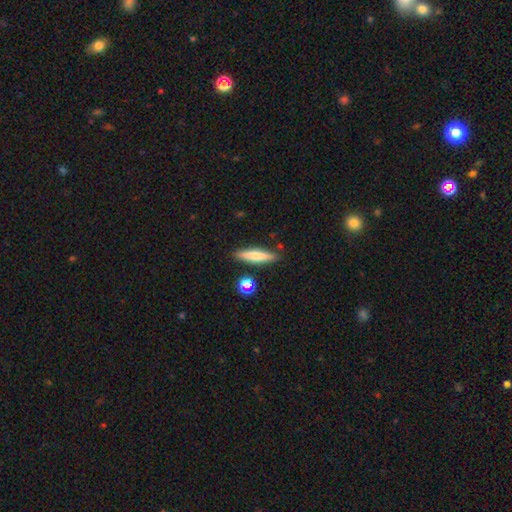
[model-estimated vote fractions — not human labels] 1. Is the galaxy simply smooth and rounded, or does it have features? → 66% smooth, 27% featured or disk, 8% star or artifact.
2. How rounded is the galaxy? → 81% cigar-shaped, 16% in between, 2% round.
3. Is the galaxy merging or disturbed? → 85% none, 10% minor disturbance, 4% merger, 2% major disturbance.